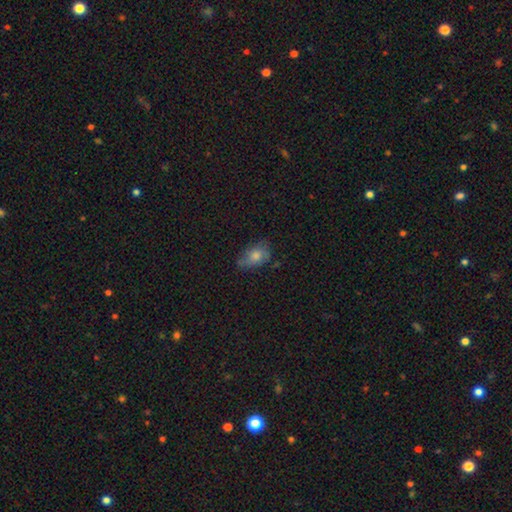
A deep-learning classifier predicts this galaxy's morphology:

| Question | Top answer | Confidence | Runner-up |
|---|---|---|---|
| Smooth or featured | smooth | 67% | featured or disk (24%) |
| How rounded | in between | 83% | round (14%) |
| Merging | none | 54% | minor disturbance (33%) |